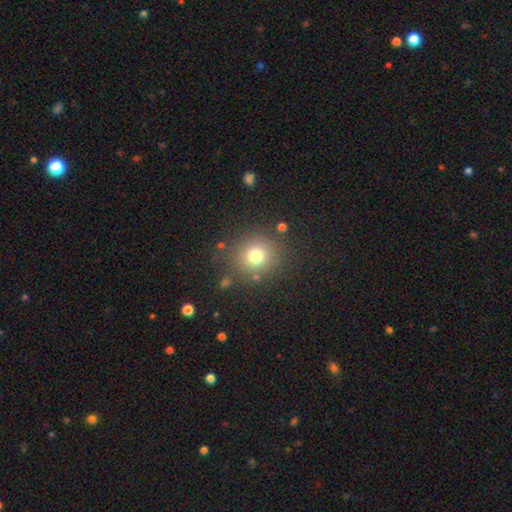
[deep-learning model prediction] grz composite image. It shows a smooth galaxy with no disk features (74%) that is round (90%). Merging: none (84%).